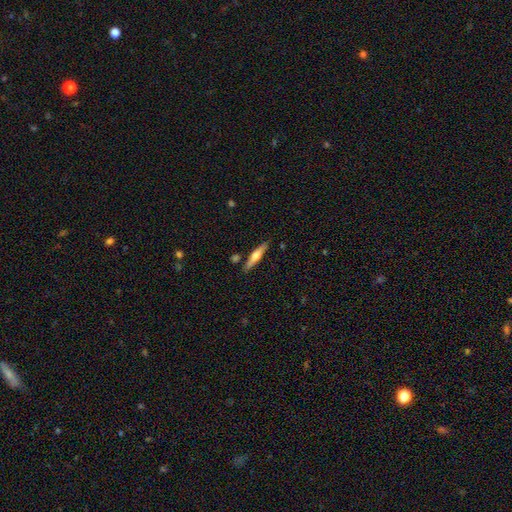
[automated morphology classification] Smooth or featured? Predicted: featured or disk (p=0.55). Edge-on disk? Predicted: yes (p=0.96). Edge-on bulge? Predicted: rounded (p=0.89). Merging? Predicted: none (p=0.85).